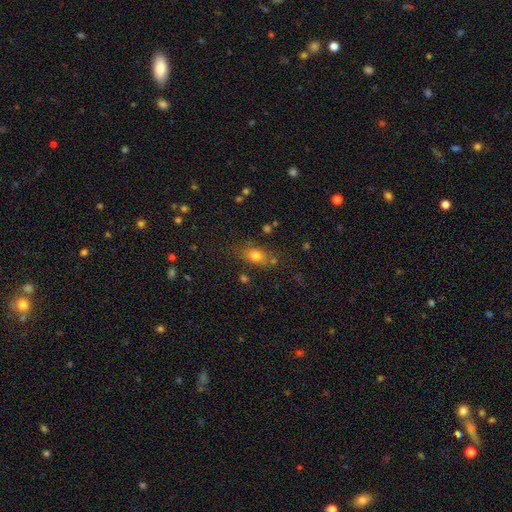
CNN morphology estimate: smooth-or-featured: smooth: 75% | star or artifact: 13% | featured or disk: 12%
  how-rounded: in between: 72% | round: 22% | cigar-shaped: 6%
  merging: none: 69% | minor disturbance: 17% | merger: 8% | major disturbance: 6%